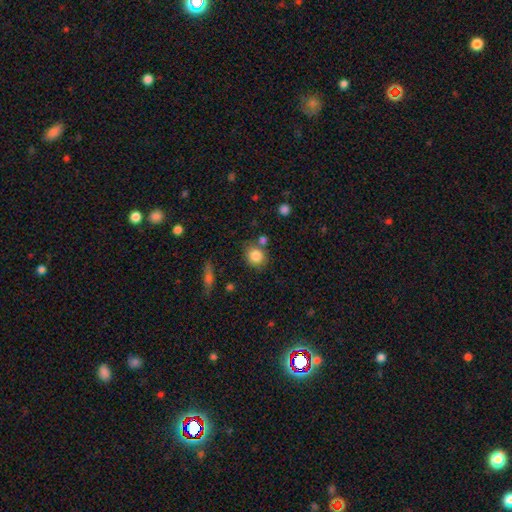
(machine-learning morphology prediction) smooth 84%, star or artifact 9%, featured or disk 7%. Down the decision tree: how rounded — round (77%); merging — none (70%).